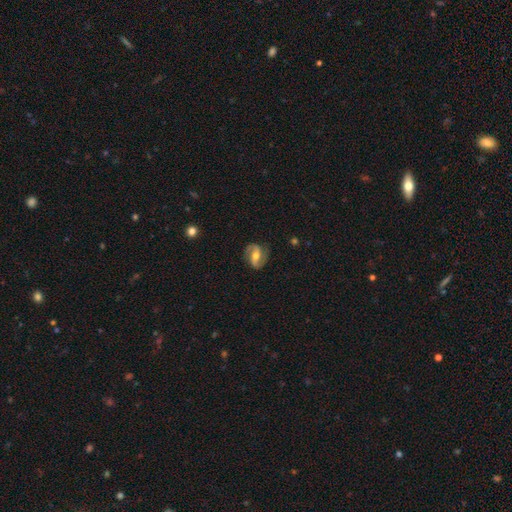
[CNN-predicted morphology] featured or disk 82%, smooth 12%, star or artifact 6%. Down the decision tree: edge-on disk — no (97%); bar — strong (39%); spiral arms — yes (95%); spiral arm count — 2 (92%); spiral winding — medium (49%); bulge size — moderate (69%); merging — none (83%).